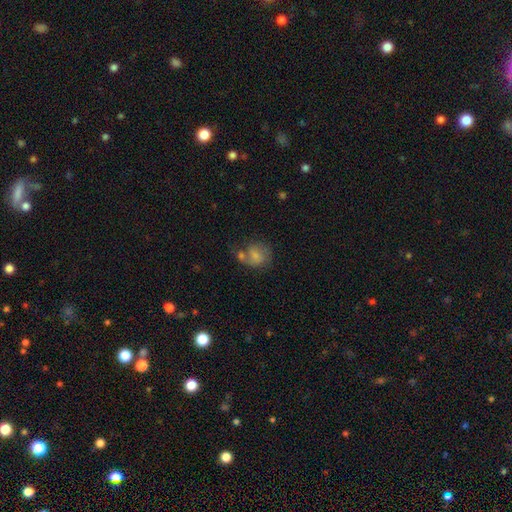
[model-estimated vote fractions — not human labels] Smooth or featured? smooth (61%)
How rounded? round (62%)
Merging? merger (35%)